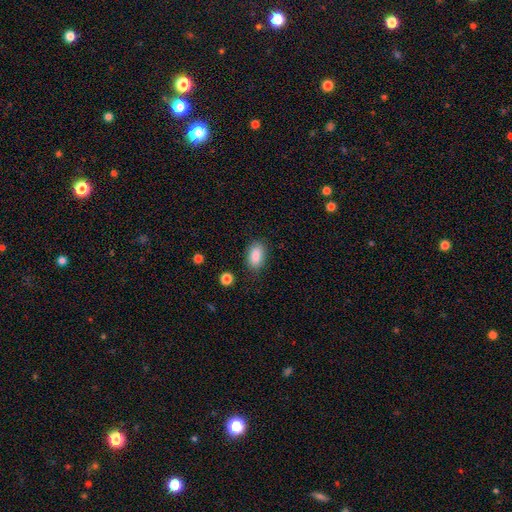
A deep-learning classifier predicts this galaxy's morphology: Q: Smooth or featured?
A: smooth (88%); runner-up: star or artifact (7%)
Q: How rounded?
A: in between (91%); runner-up: round (5%)
Q: Merging?
A: none (83%); runner-up: minor disturbance (12%)